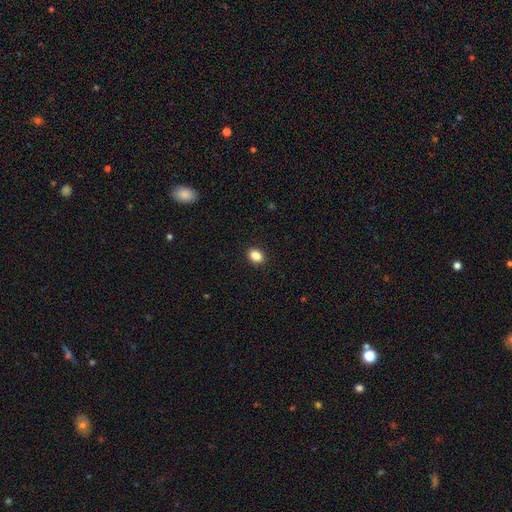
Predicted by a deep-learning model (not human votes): The model was most divided on "how rounded": in between: 66%, round: 33%, cigar-shaped: 1%. More confident: merging — none (91%); smooth or featured — smooth (86%).